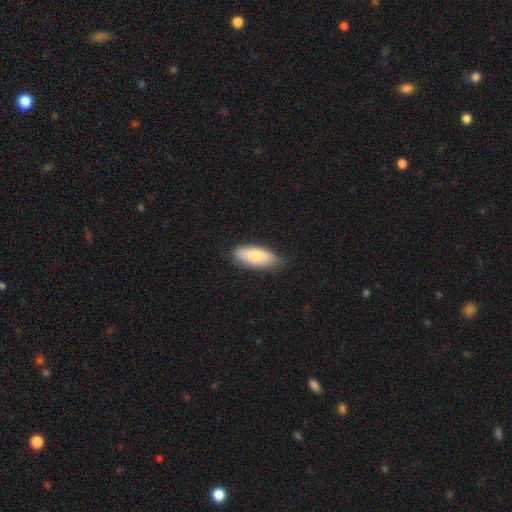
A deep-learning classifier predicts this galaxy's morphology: Smooth or featured? smooth (83%)
How rounded? in between (80%)
Merging? none (77%)